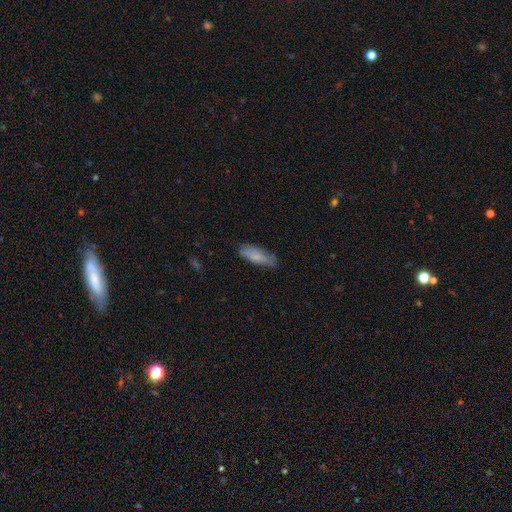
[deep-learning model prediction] Smooth or featured?
  - smooth: 75% *
  - featured or disk: 18%
  - star or artifact: 7%
How rounded?
  - in between: 57% *
  - cigar-shaped: 41%
  - round: 2%
Merging?
  - none: 70% *
  - minor disturbance: 23%
  - major disturbance: 5%
  - merger: 2%